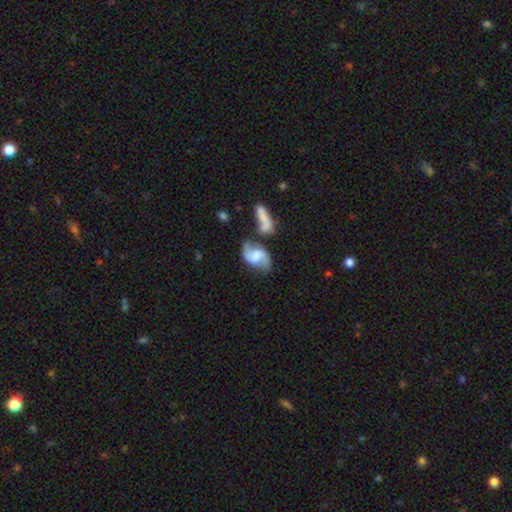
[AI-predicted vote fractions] Smooth or featured? featured or disk (75%)
Edge-on disk? no (96%)
Bar? weak (48%)
Spiral arms? yes (94%)
Spiral winding? loose (54%)
Spiral arm count? 2 (91%)
Bulge size? moderate (39%)
Merging? none (49%)